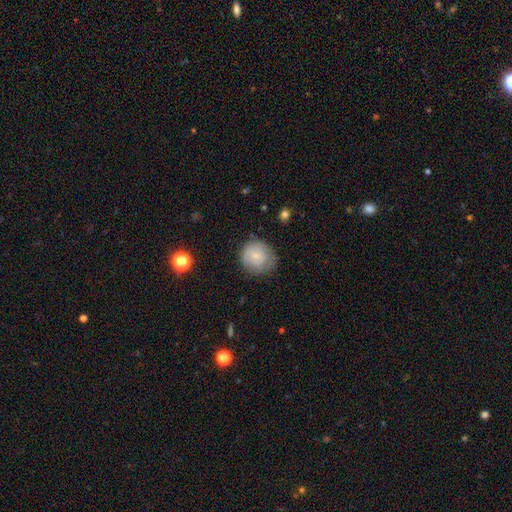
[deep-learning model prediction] Smooth or featured: smooth — 77% (featured or disk — 15%)
How rounded: round — 86% (in between — 13%)
Merging: none — 71% (minor disturbance — 21%)